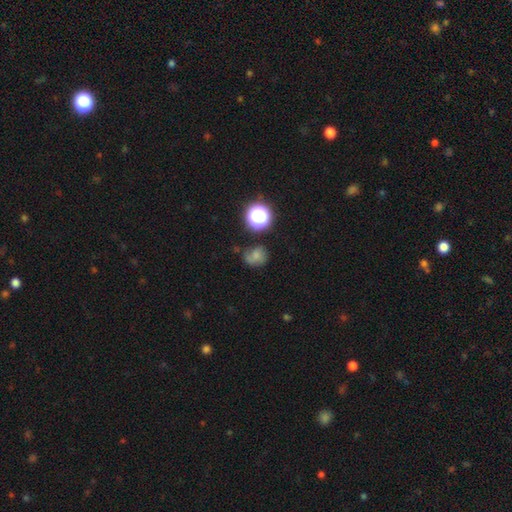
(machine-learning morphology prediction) Q: Smooth or featured?
A: smooth (61%); runner-up: featured or disk (20%)
Q: How rounded?
A: round (66%); runner-up: in between (33%)
Q: Merging?
A: none (50%); runner-up: minor disturbance (27%)